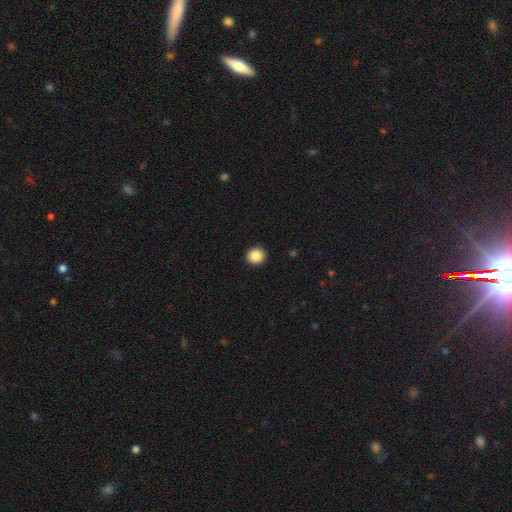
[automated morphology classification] Overall: smooth (87%). How rounded: round (88%). Merging: none (92%).